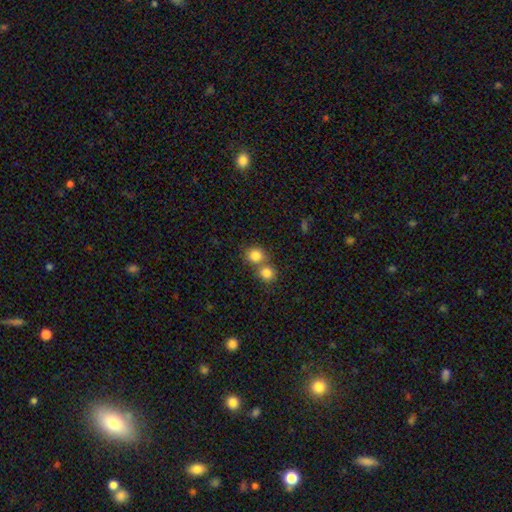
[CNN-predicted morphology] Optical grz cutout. It shows a smooth galaxy with no disk features (83%) that is round (79%). Merging: none (47%).